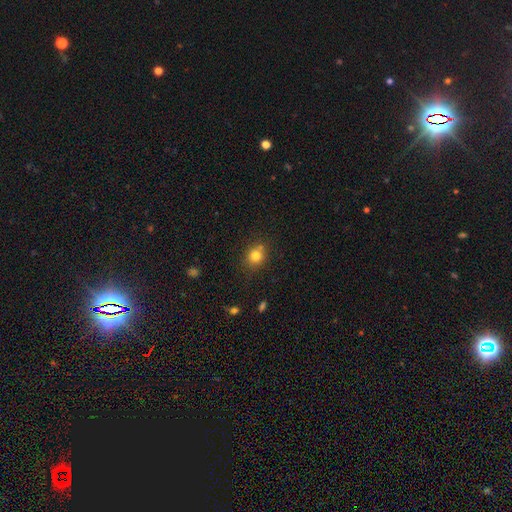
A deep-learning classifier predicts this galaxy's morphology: This appears to be a smooth galaxy with no disk features (79%) that is round (77%). Merging: none (70%).